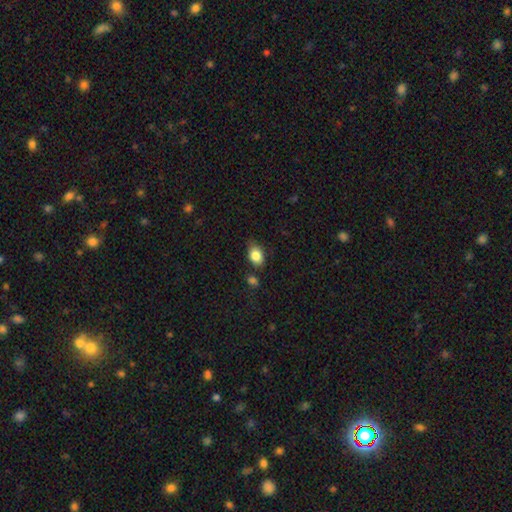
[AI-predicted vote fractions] Smooth or featured? Predicted: smooth (p=0.83). How rounded? Predicted: in between (p=0.81). Merging? Predicted: none (p=0.71).